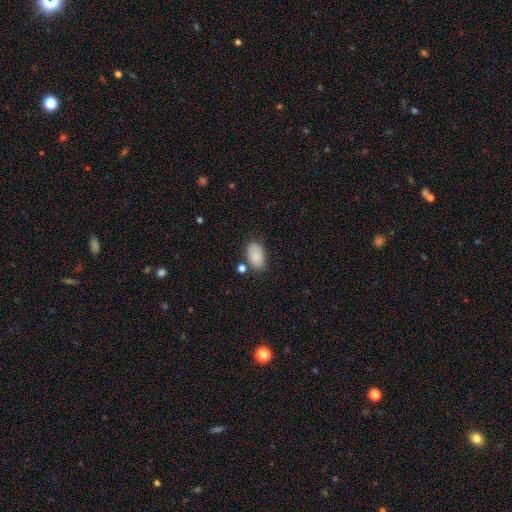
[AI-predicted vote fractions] Morphology: type=smooth (86%); roundness=in between (92%); merging=none (72%).